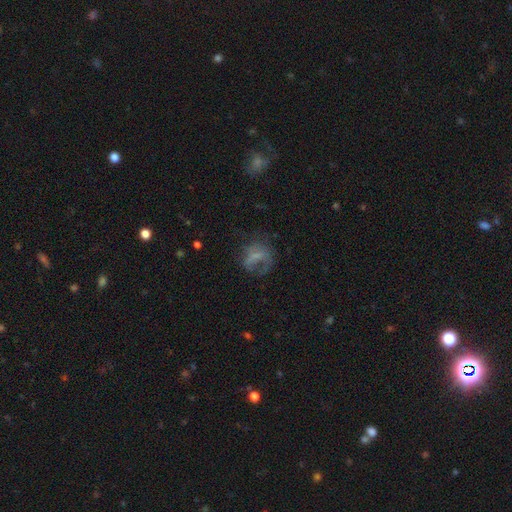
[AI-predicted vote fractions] Smooth or featured? Predicted: smooth (p=0.47). Merging? Predicted: major disturbance (p=0.38, tied with none).